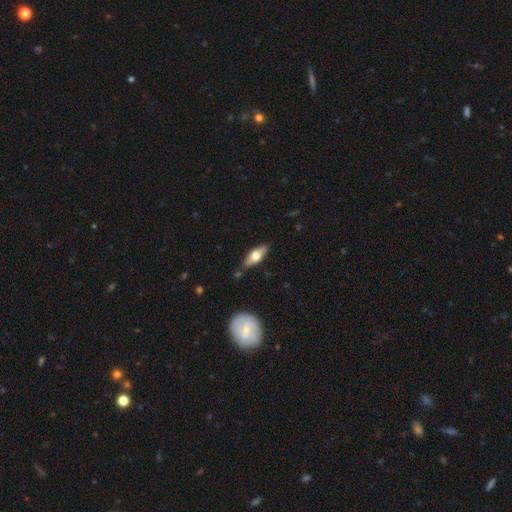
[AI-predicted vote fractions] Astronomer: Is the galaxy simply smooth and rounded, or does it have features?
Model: smooth — 54% (runner-up: featured or disk, 40%).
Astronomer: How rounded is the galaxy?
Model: in between — 63%.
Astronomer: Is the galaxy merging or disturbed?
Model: none — 82%.